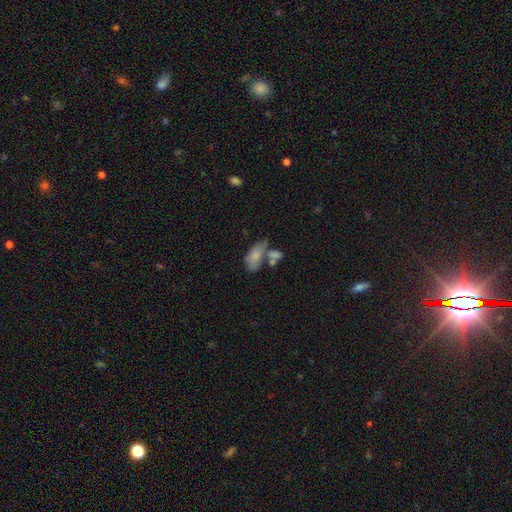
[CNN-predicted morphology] This is likely a smooth galaxy (72%). How rounded: clearly in between (90%). Merging: marginally merger (40%).